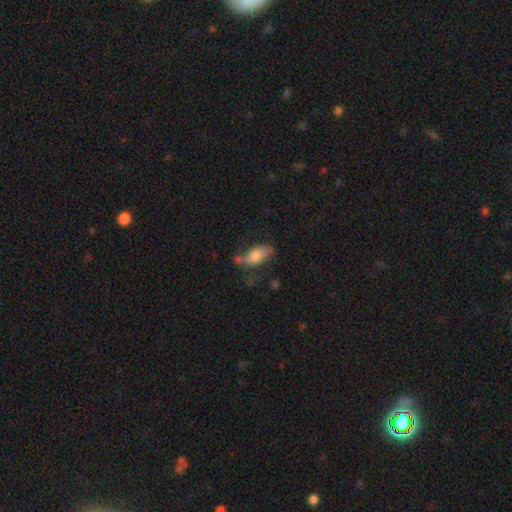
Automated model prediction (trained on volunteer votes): A smooth galaxy with no disk features (72%) that is in between round and cigar-shaped (86%).

Vote fractions:
- Smooth or featured? smooth: 72% / featured or disk: 21% / star or artifact: 8%
- How rounded? in between: 86% / cigar-shaped: 10% / round: 4%
- Merging? none: 53% / minor disturbance: 25% / merger: 12% / major disturbance: 9%